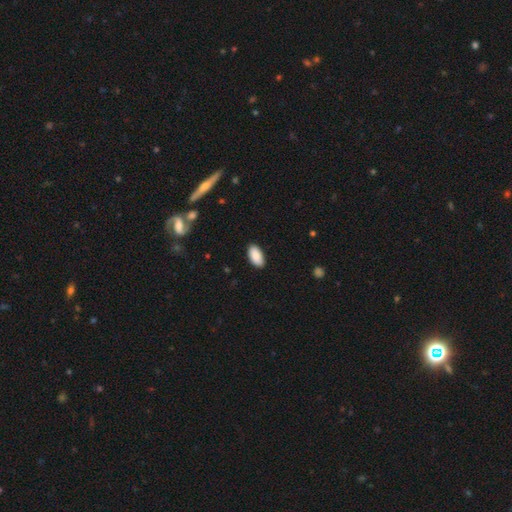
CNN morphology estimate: The model was most divided on "merging": none: 89%, minor disturbance: 8%, major disturbance: 2%, merger: 1%. More confident: how rounded — in between (95%); smooth or featured — smooth (90%).